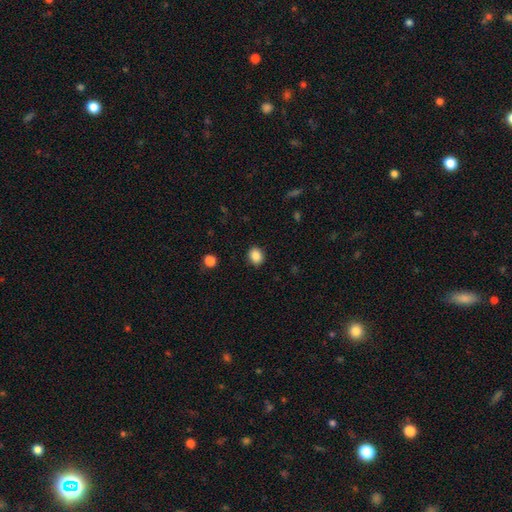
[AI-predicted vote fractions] smooth_or_featured: smooth (p=0.87) [alt: star or artifact p=0.09]
how_rounded: round (p=0.56) [alt: in between p=0.43]
merging: none (p=0.89) [alt: minor disturbance p=0.07]